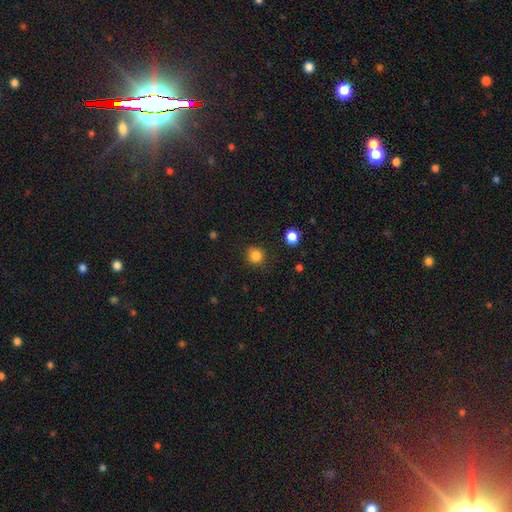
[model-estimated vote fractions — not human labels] smooth-or-featured: smooth: 84% | star or artifact: 12% | featured or disk: 4%
  how-rounded: round: 90% | in between: 9% | cigar-shaped: 1%
  merging: none: 87% | minor disturbance: 9% | major disturbance: 3% | merger: 1%